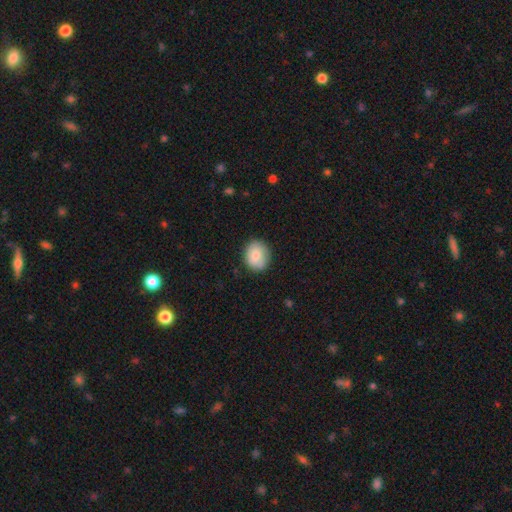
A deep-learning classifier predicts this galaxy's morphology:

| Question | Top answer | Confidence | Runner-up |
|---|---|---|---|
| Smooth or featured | smooth | 80% | featured or disk (13%) |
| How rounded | round | 66% | in between (33%) |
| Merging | none | 82% | minor disturbance (14%) |